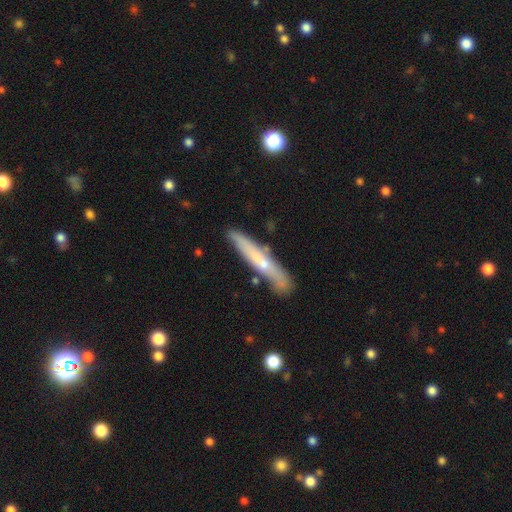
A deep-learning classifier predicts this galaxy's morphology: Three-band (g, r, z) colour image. It shows a smooth galaxy with no disk features (47%, tied with featured or disk). Merging: none (79%).